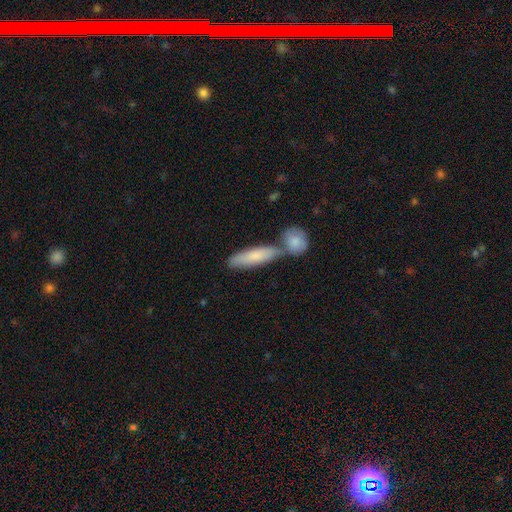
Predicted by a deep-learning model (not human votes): Smooth or featured? Predicted: smooth (p=0.76). How rounded? Predicted: cigar-shaped (p=0.66). Merging? Predicted: none (p=0.53).